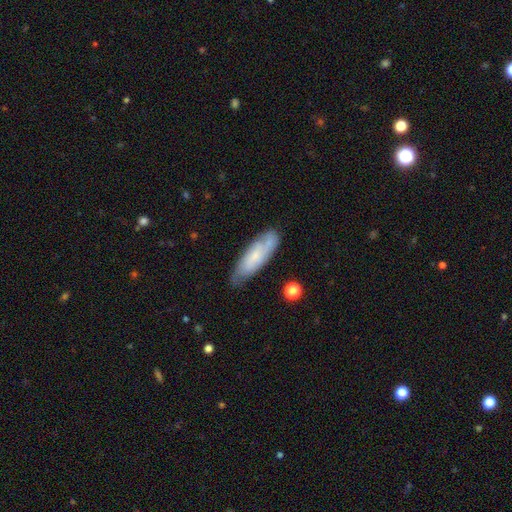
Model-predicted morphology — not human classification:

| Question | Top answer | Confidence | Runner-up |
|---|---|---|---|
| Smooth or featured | smooth | 48% | featured or disk (45%) |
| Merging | none | 70% | minor disturbance (22%) |